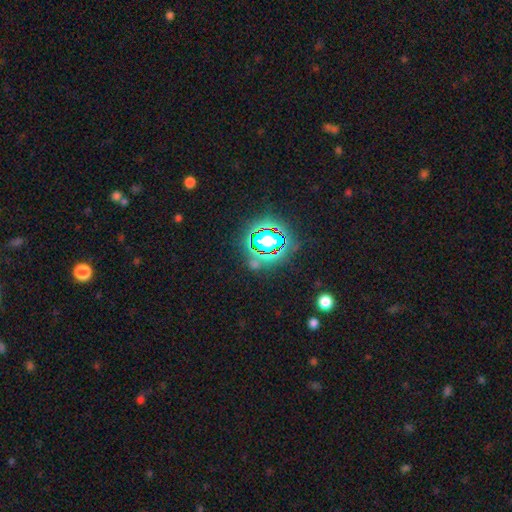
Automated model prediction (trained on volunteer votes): A star or artifact, not a galaxy (78%).